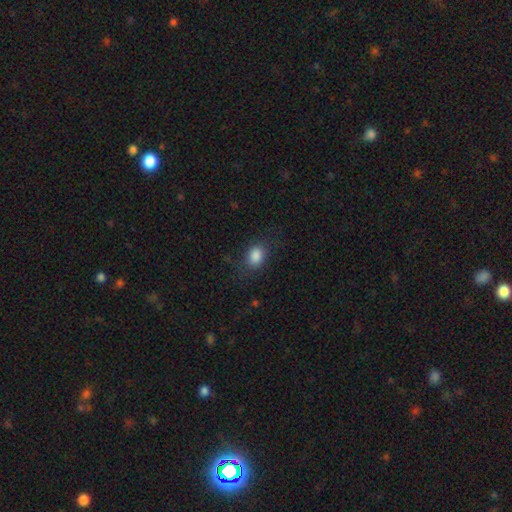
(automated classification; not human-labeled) Smooth or featured? Predicted: smooth (p=0.85). How rounded? Predicted: in between (p=0.67). Merging? Predicted: none (p=0.77).